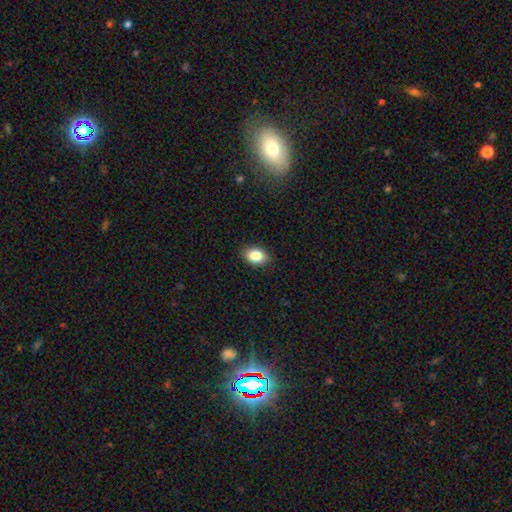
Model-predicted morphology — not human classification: The model was most divided on "how rounded": in between: 75%, round: 24%, cigar-shaped: 1%. More confident: merging — none (88%); smooth or featured — smooth (85%).